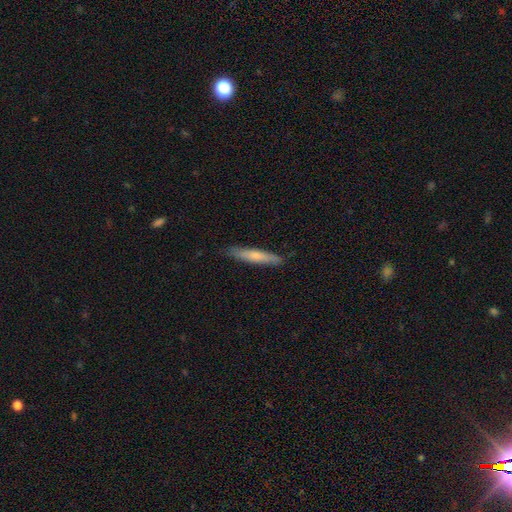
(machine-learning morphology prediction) smooth-or-featured: smooth: 66% | featured or disk: 29% | star or artifact: 5%
  how-rounded: cigar-shaped: 92% | in between: 7% | round: 1%
  merging: none: 87% | minor disturbance: 10% | major disturbance: 2% | merger: 1%